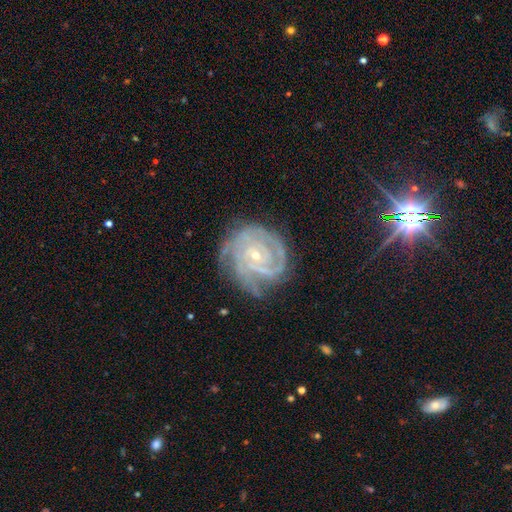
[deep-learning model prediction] Smooth or featured? Predicted: featured or disk (p=0.88). Edge-on disk? Predicted: no (p=0.98). Bar? Predicted: no (p=0.68). Spiral arms? Predicted: yes (p=0.98). Spiral winding? Predicted: tight (p=0.76). Spiral arm count? Predicted: 3 (p=0.32). Bulge size? Predicted: small (p=0.76). Merging? Predicted: none (p=0.68).